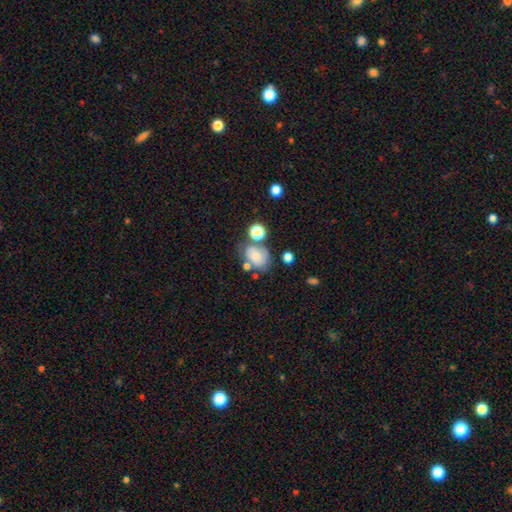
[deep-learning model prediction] Smooth or featured: smooth — 67% (featured or disk — 22%)
How rounded: in between — 63% (round — 36%)
Merging: none — 44% (minor disturbance — 22%)